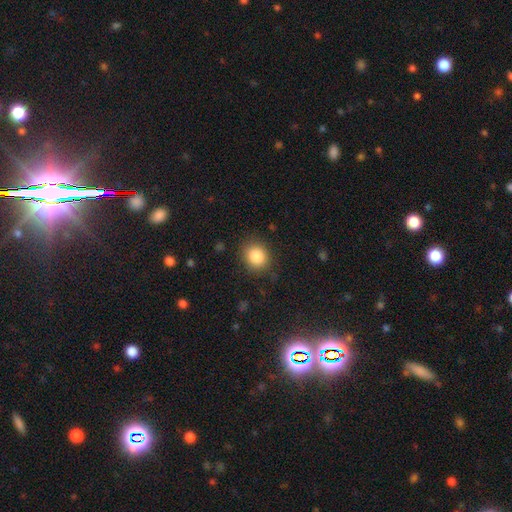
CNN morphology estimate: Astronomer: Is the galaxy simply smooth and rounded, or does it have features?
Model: smooth — 86%.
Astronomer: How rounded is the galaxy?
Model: round — 73%.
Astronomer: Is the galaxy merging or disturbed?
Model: none — 85%.